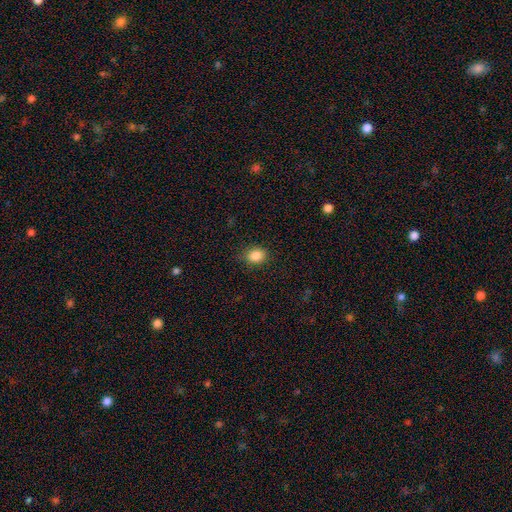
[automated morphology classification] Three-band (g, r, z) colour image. It shows a smooth galaxy with no disk features (86%) that is in between round and cigar-shaped (51%). Merging: none (82%).